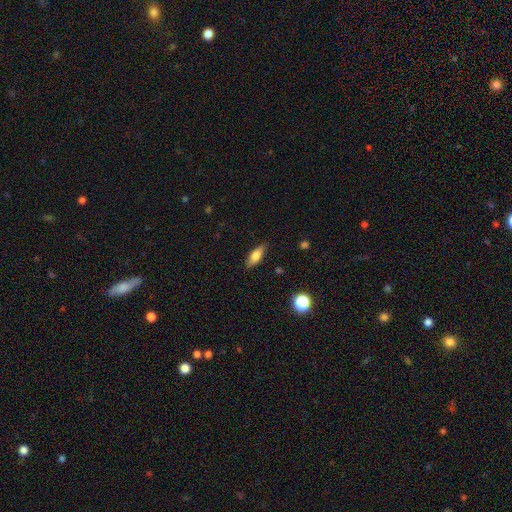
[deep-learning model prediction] Smooth or featured? Predicted: smooth (p=0.74). How rounded? Predicted: in between (p=0.71). Merging? Predicted: none (p=0.84).